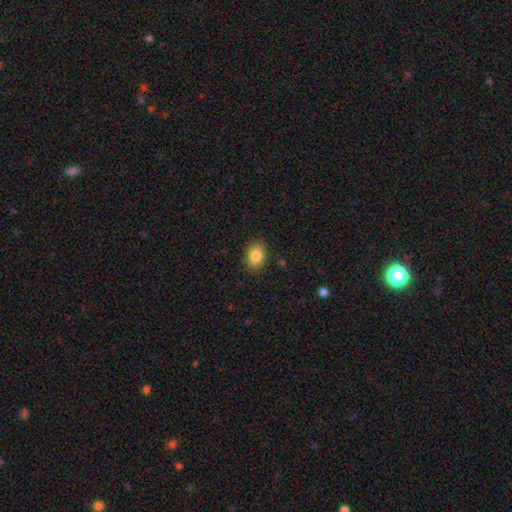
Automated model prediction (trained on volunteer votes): This is clearly a smooth galaxy (86%). How rounded: likely in between (77%). Merging: clearly none (86%).